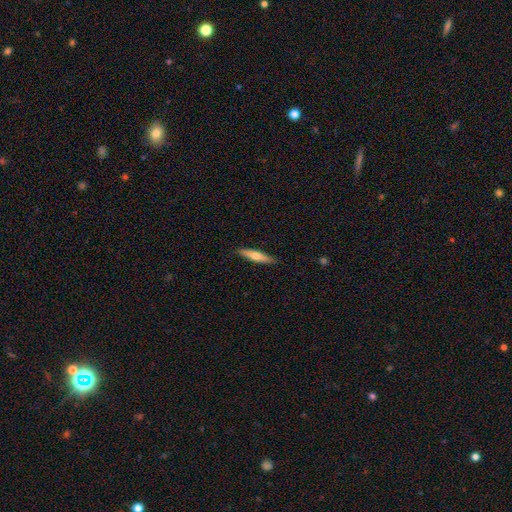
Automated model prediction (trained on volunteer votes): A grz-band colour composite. It shows a smooth galaxy with no disk features (57%) that is cigar-shaped (81%). Merging: none (88%).